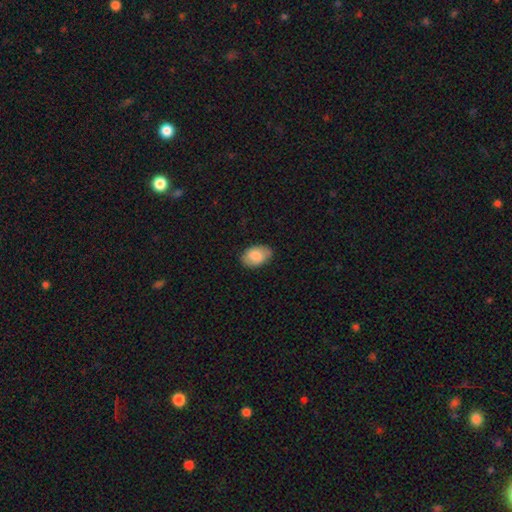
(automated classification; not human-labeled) smooth 82%, featured or disk 11%, star or artifact 6%. Down the decision tree: how rounded — in between (90%); merging — none (82%).